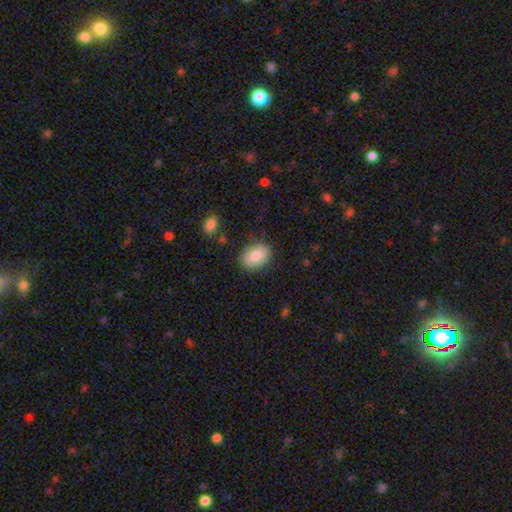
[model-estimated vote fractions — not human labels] Smooth or featured?
  - smooth: 82% *
  - featured or disk: 11%
  - star or artifact: 7%
How rounded?
  - in between: 75% *
  - round: 24%
  - cigar-shaped: 1%
Merging?
  - none: 84% *
  - minor disturbance: 12%
  - major disturbance: 3%
  - merger: 1%